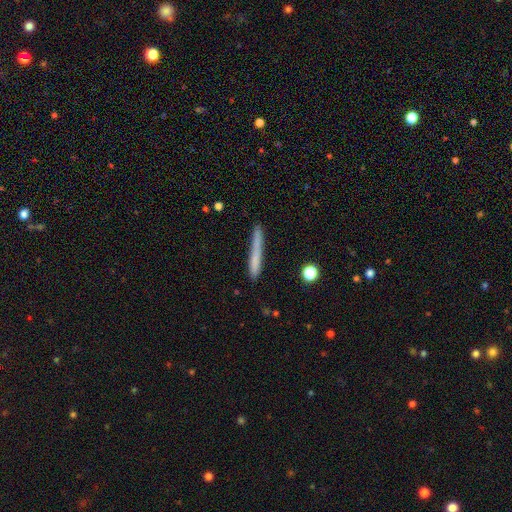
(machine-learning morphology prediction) Q: Smooth or featured?
A: smooth (69%); runner-up: featured or disk (24%)
Q: How rounded?
A: cigar-shaped (96%); runner-up: in between (2%)
Q: Merging?
A: none (84%); runner-up: minor disturbance (12%)